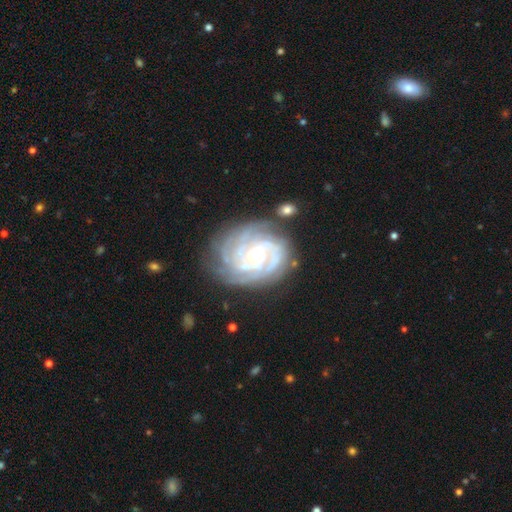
This appears to be a featured or disk galaxy (86%) with no bar (59%), 4 (34%) tight (76%) spiral arms (100%) and a moderate central bulge (52%). Merging: none (82%).